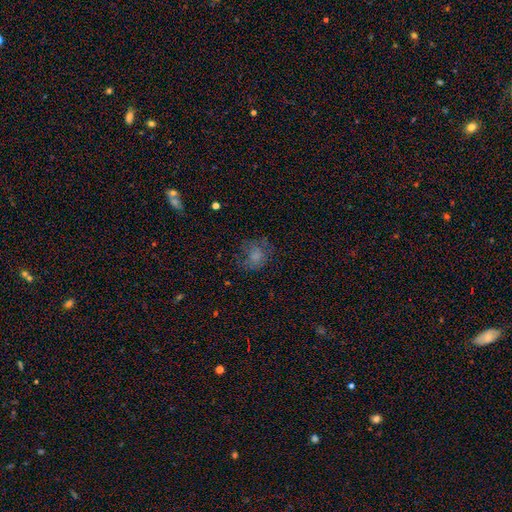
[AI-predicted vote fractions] Smooth or featured? Predicted: smooth (p=0.68). How rounded? Predicted: round (p=0.74). Merging? Predicted: none (p=0.58).